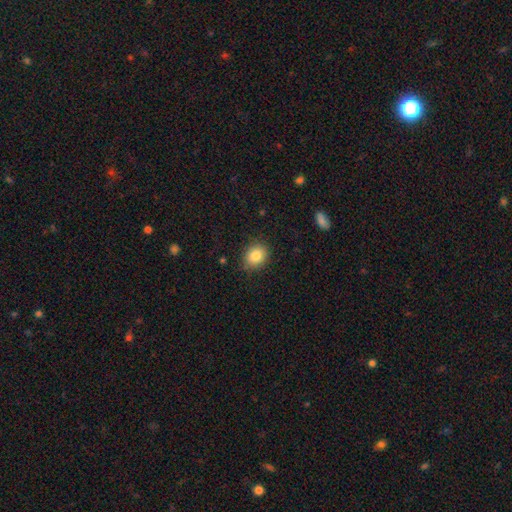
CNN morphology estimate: Smooth or featured: smooth — 85% (star or artifact — 9%)
How rounded: round — 56% (in between — 43%)
Merging: none — 83% (minor disturbance — 13%)